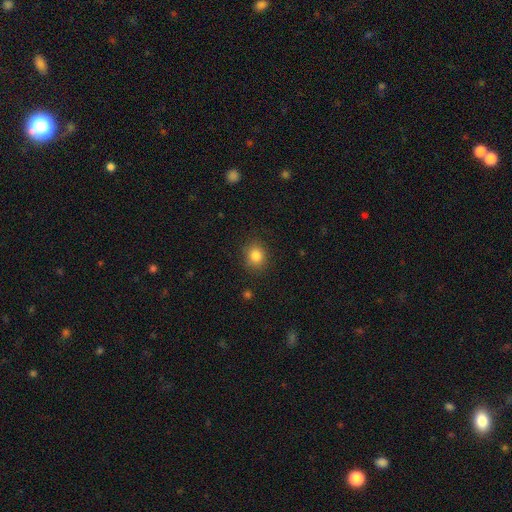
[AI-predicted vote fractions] Smooth or featured?
  - smooth: 83% *
  - star or artifact: 11%
  - featured or disk: 6%
How rounded?
  - round: 78% *
  - in between: 21%
  - cigar-shaped: 1%
Merging?
  - none: 87% *
  - minor disturbance: 9%
  - major disturbance: 3%
  - merger: 1%